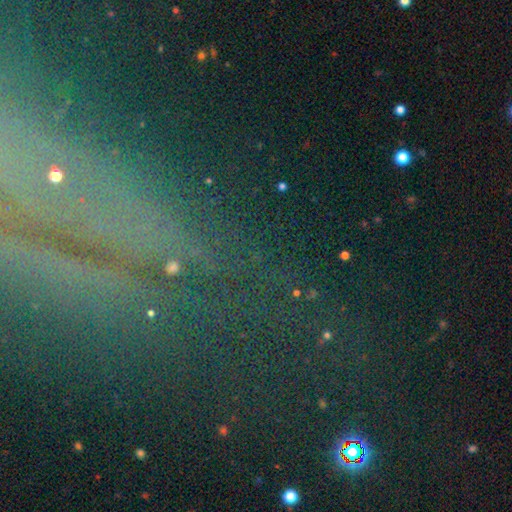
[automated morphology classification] The model was most divided on "smooth or featured": star or artifact: 72%, smooth: 15%, featured or disk: 13%.